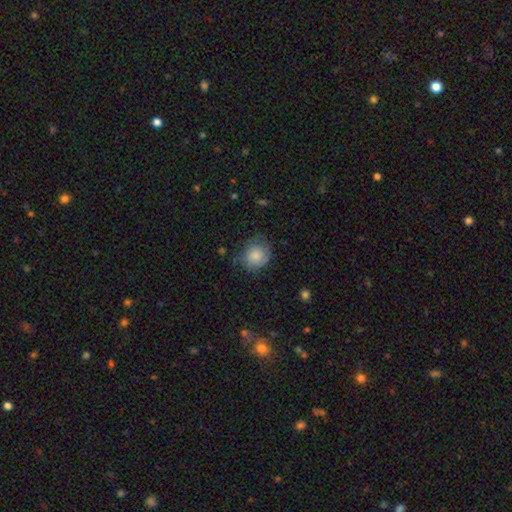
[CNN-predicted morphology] smooth 71%, featured or disk 22%, star or artifact 7%. Down the decision tree: how rounded — round (77%); merging — none (54%).